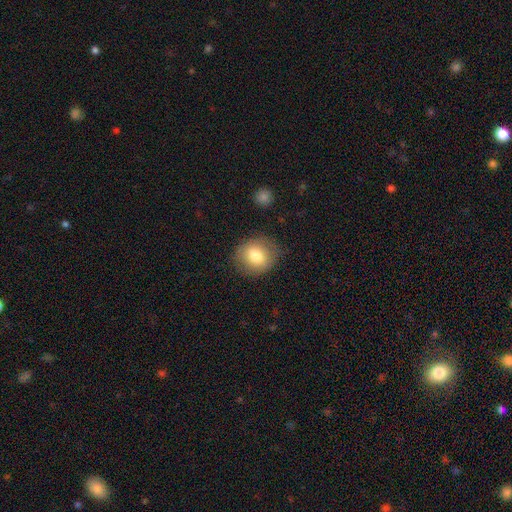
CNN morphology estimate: Smooth or featured: smooth — 77% (featured or disk — 15%)
How rounded: round — 70% (in between — 29%)
Merging: none — 80% (minor disturbance — 14%)